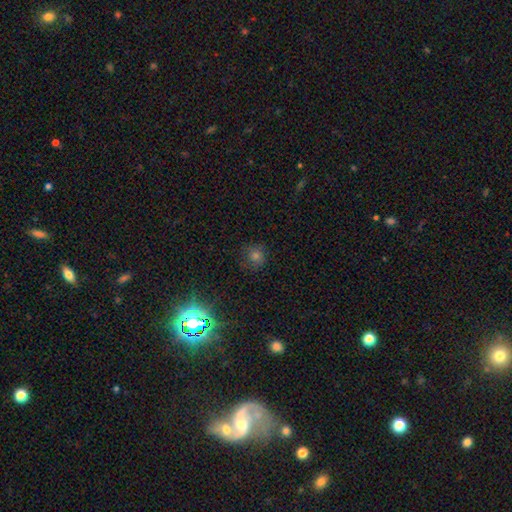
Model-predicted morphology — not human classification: A smooth galaxy with no disk features (55%) that is round (89%). Merging: none (83%).